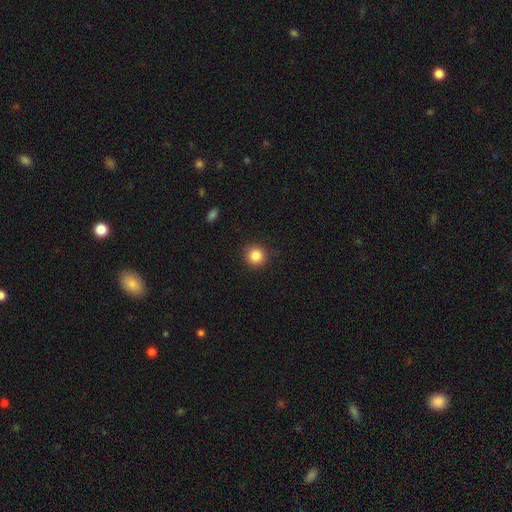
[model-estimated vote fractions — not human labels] smooth 85%, star or artifact 10%, featured or disk 5%. Down the decision tree: how rounded — round (92%); merging — none (90%).